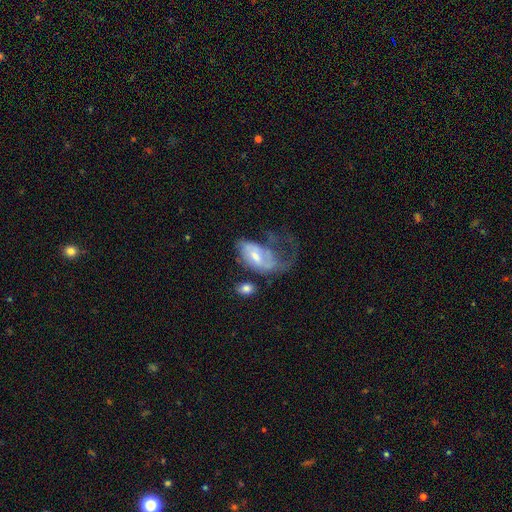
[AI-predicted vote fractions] Smooth or featured? featured or disk (58%)
Edge-on disk? no (94%)
Bar? weak (45%)
Spiral arms? yes (62%)
Bulge size? moderate (51%)
Merging? major disturbance (59%)